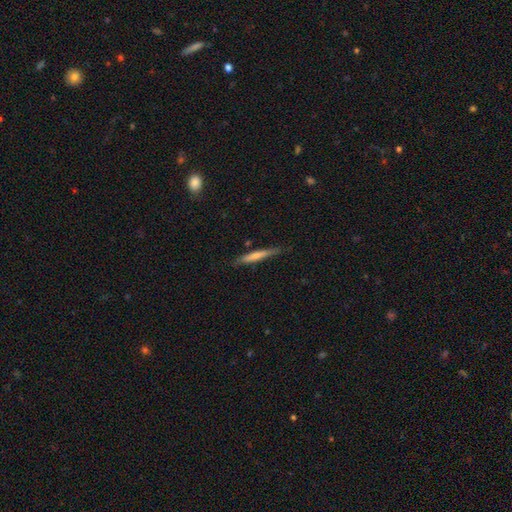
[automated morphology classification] Smooth or featured? smooth (64%)
How rounded? cigar-shaped (94%)
Merging? none (81%)